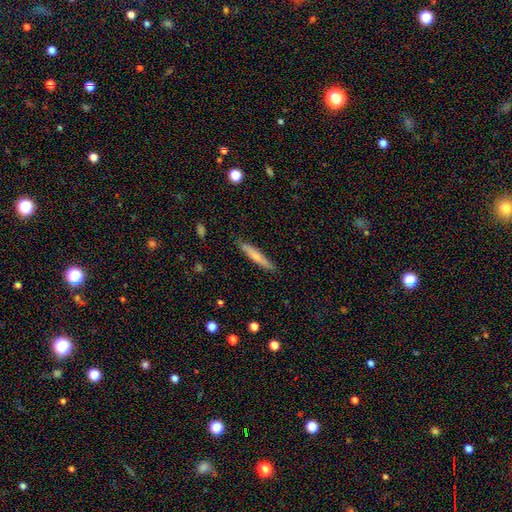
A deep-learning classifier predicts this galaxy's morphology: type=smooth (61%); roundness=cigar-shaped (93%); merging=none (88%).